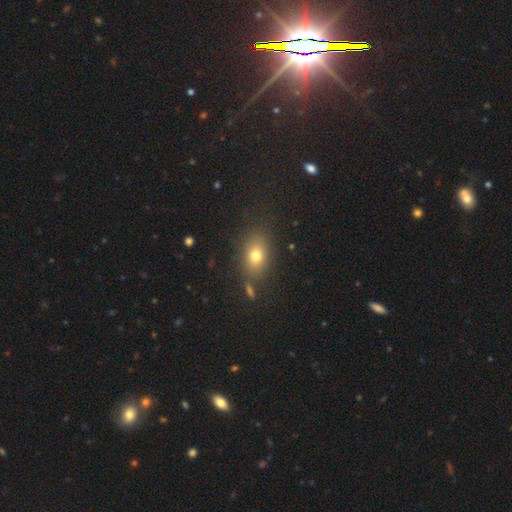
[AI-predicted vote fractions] smooth-or-featured: smooth: 75% | star or artifact: 13% | featured or disk: 12%
  how-rounded: in between: 74% | round: 24% | cigar-shaped: 3%
  merging: none: 79% | minor disturbance: 12% | merger: 5% | major disturbance: 5%